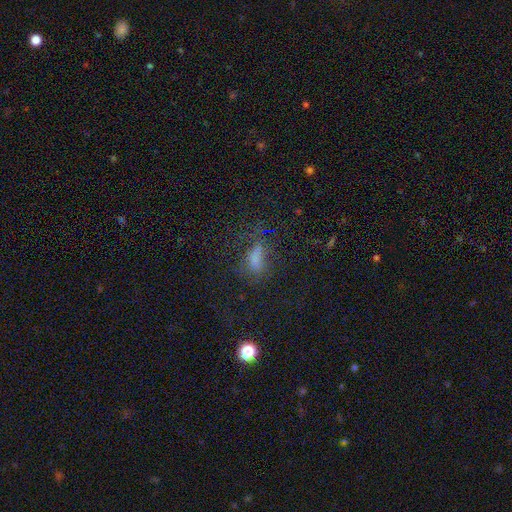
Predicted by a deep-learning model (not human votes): A smooth galaxy with no disk features (59%) that is in between round and cigar-shaped (61%). Merging: none (50%).